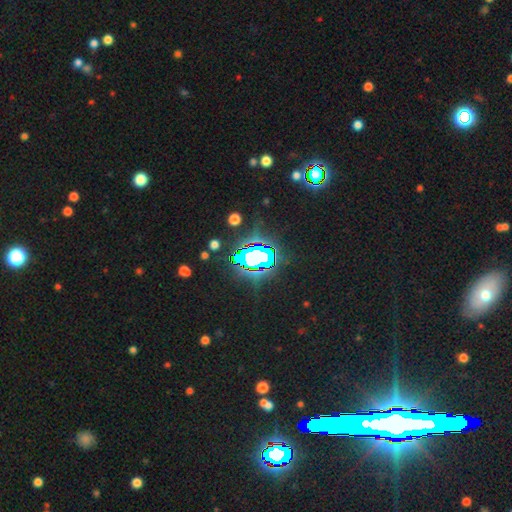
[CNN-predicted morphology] Smooth or featured?
  - star or artifact: 71% *
  - smooth: 16%
  - featured or disk: 14%